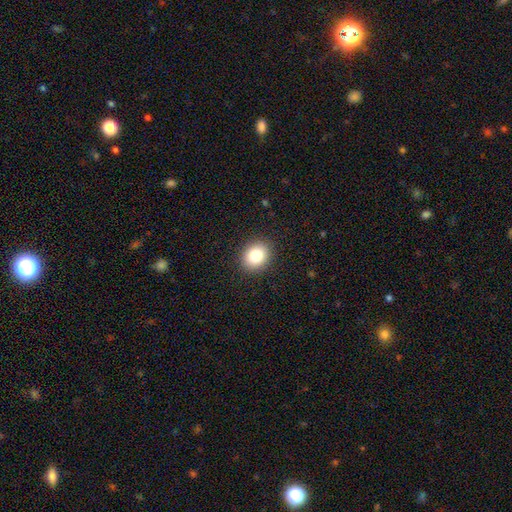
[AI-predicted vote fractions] Smooth or featured? Predicted: smooth (p=0.83). How rounded? Predicted: round (p=0.57). Merging? Predicted: none (p=0.90).